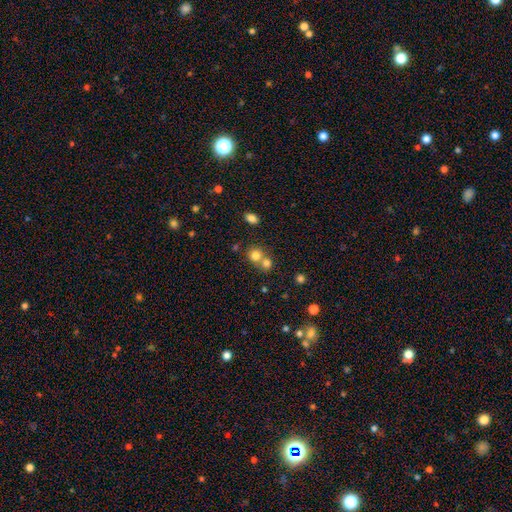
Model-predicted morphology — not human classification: type=smooth (77%); roundness=round (82%); merging=merger (48%).